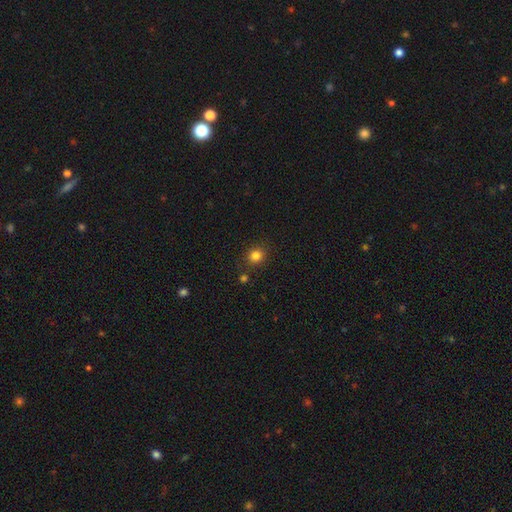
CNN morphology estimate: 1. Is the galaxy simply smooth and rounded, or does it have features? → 82% smooth, 13% star or artifact, 5% featured or disk.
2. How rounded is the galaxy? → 77% round, 22% in between, 1% cigar-shaped.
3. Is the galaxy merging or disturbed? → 84% none, 9% minor disturbance, 4% merger, 3% major disturbance.